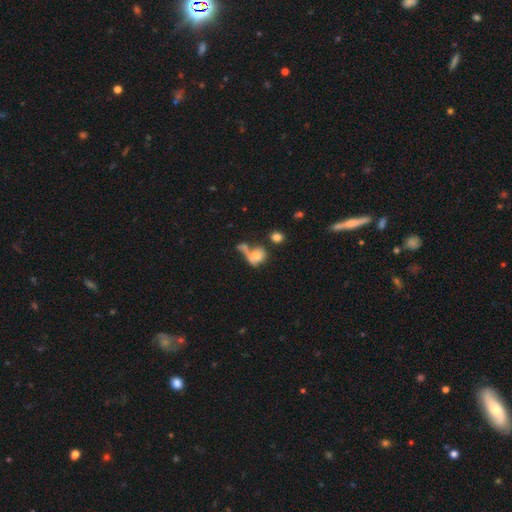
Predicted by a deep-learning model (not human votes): A smooth galaxy with no disk features (67%) that is round (56%). Merging: merger (38%).